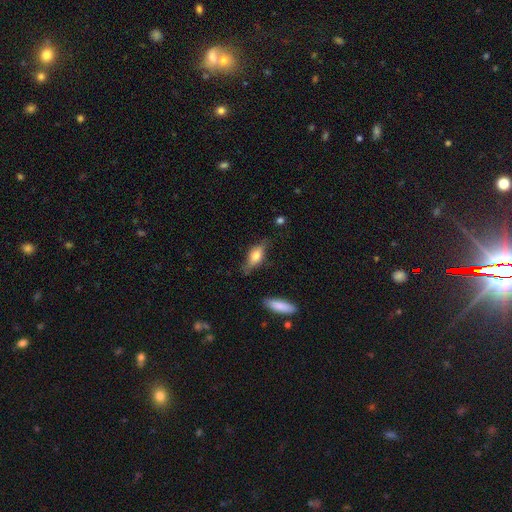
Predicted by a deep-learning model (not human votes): Q: Smooth or featured?
A: smooth (56%); runner-up: featured or disk (37%)
Q: How rounded?
A: in between (67%); runner-up: cigar-shaped (28%)
Q: Merging?
A: none (67%); runner-up: minor disturbance (24%)